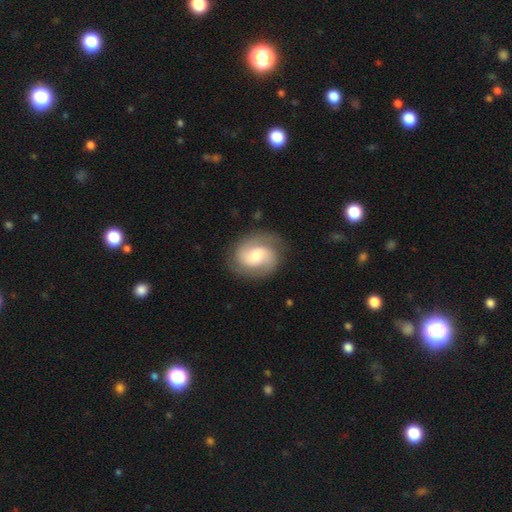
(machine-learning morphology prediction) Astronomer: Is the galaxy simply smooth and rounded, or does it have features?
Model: featured or disk — 73%.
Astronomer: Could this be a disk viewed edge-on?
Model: no — 98%.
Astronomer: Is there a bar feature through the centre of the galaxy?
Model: no — 51% (runner-up: weak, 39%).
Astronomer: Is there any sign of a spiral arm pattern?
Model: yes — 94%.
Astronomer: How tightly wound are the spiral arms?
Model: medium — 46% (runner-up: tight, 38%).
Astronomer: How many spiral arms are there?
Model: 2 — 80%.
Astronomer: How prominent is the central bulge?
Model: moderate — 50% (runner-up: small, 27%).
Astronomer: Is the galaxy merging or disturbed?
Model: none — 79%.